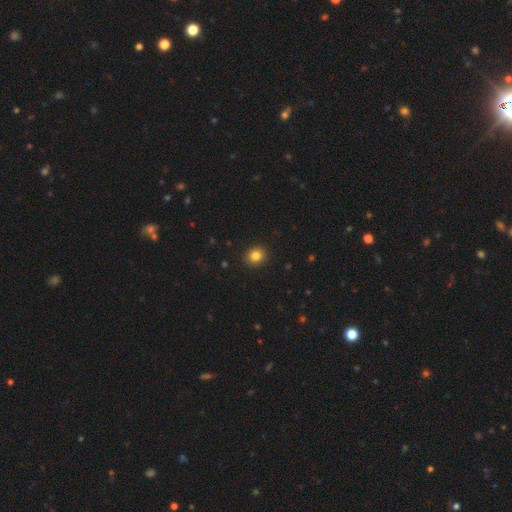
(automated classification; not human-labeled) smooth-or-featured: smooth: 84% | star or artifact: 11% | featured or disk: 5%
  how-rounded: round: 78% | in between: 21% | cigar-shaped: 1%
  merging: none: 91% | minor disturbance: 6% | major disturbance: 2% | merger: 1%